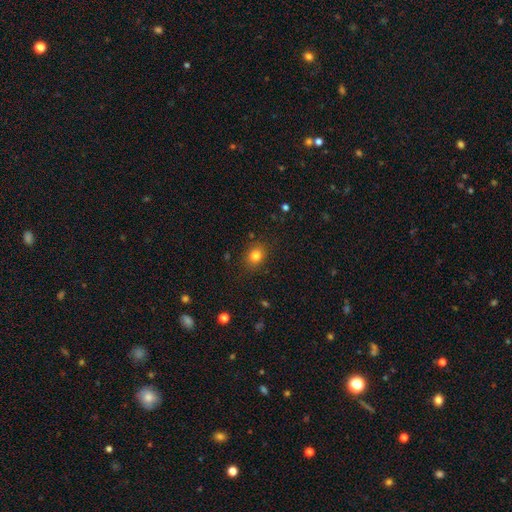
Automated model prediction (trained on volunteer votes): smooth_or_featured: smooth (p=0.81) [alt: star or artifact p=0.13]
how_rounded: round (p=0.59) [alt: in between p=0.40]
merging: none (p=0.86) [alt: minor disturbance p=0.10]